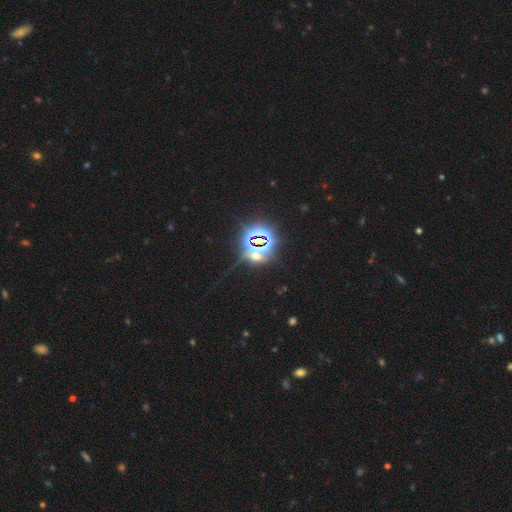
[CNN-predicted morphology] A star or artifact, not a galaxy (76%).

Vote fractions:
- Smooth or featured? star or artifact: 76% / smooth: 15% / featured or disk: 10%